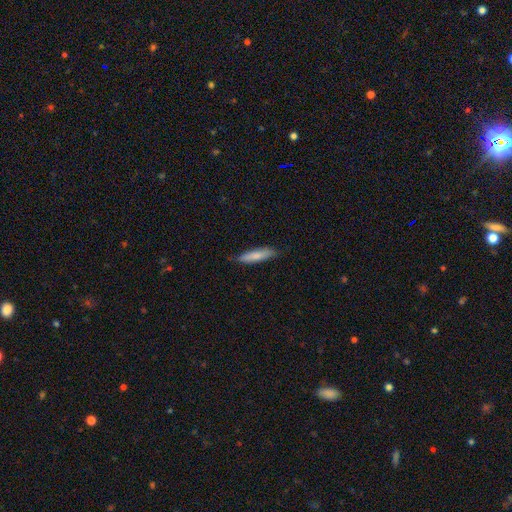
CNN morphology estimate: The model was most divided on "how rounded": cigar-shaped: 77%, in between: 22%, round: 1%. More confident: merging — none (81%); smooth or featured — smooth (79%).